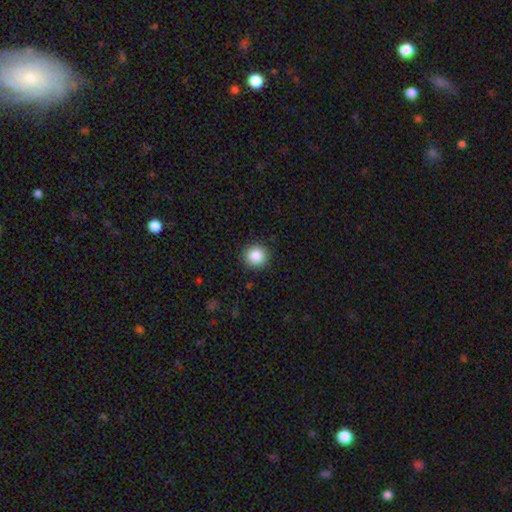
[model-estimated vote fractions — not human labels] Smooth or featured? smooth (87%)
How rounded? round (94%)
Merging? none (92%)